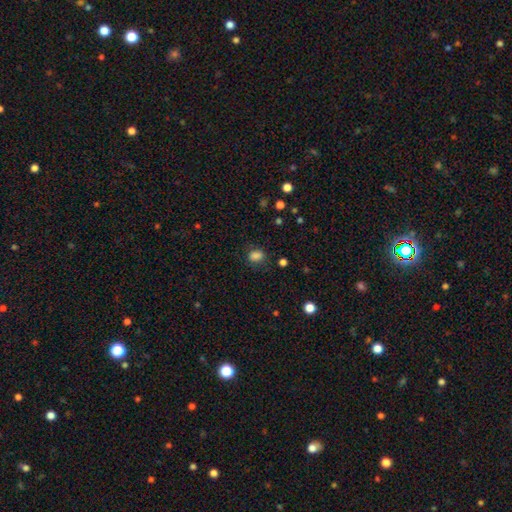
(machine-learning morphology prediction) Overall: smooth (83%). How rounded: in between (64%; round 35%). Merging: none (74%).